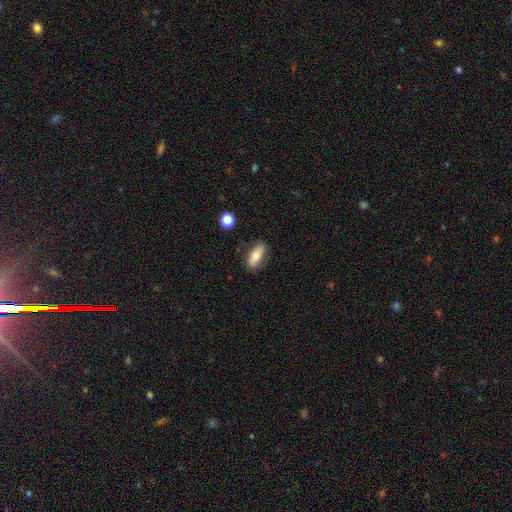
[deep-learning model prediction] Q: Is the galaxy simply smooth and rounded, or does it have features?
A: smooth — 69%.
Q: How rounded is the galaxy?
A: in between — 79%.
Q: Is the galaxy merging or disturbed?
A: none — 81%.